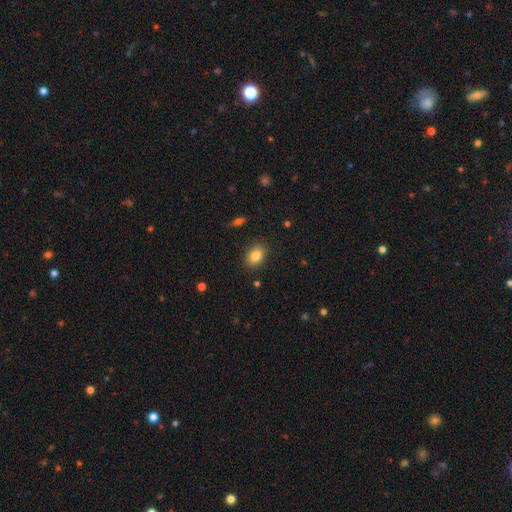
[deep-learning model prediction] A smooth galaxy with no disk features (84%) that is in between round and cigar-shaped (78%).

Vote fractions:
- Smooth or featured? smooth: 84% / star or artifact: 9% / featured or disk: 7%
- How rounded? in between: 78% / round: 20% / cigar-shaped: 1%
- Merging? none: 86% / minor disturbance: 10% / major disturbance: 3% / merger: 1%